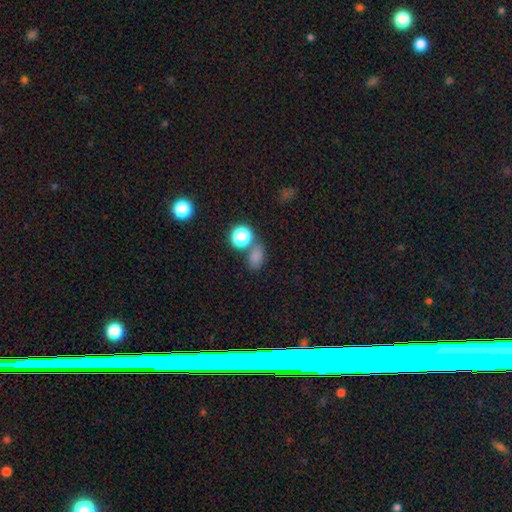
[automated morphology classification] Q: Smooth or featured?
A: smooth (72%); runner-up: star or artifact (22%)
Q: How rounded?
A: in between (65%); runner-up: round (33%)
Q: Merging?
A: none (65%); runner-up: merger (16%)